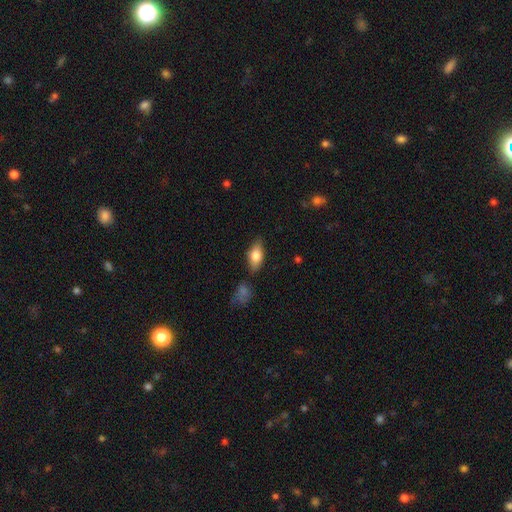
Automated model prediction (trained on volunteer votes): Morphology: type=smooth (77%); roundness=in between (87%); merging=none (78%).